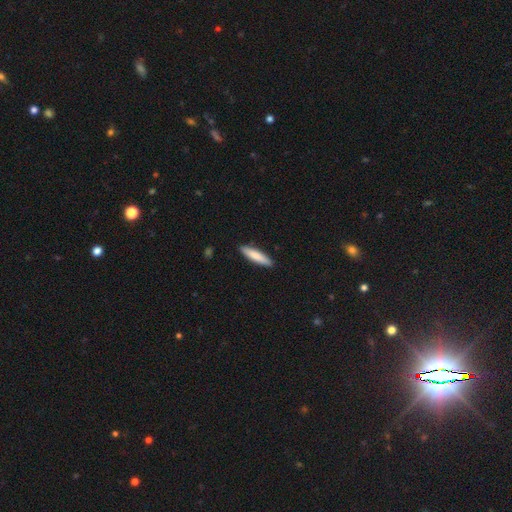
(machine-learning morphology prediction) Overall: smooth (80%). How rounded: cigar-shaped (80%). Merging: none (90%).